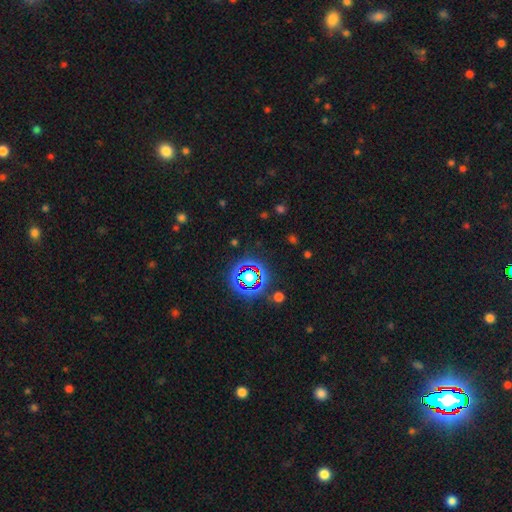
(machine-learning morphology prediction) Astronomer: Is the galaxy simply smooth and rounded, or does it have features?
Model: star or artifact — 75%.